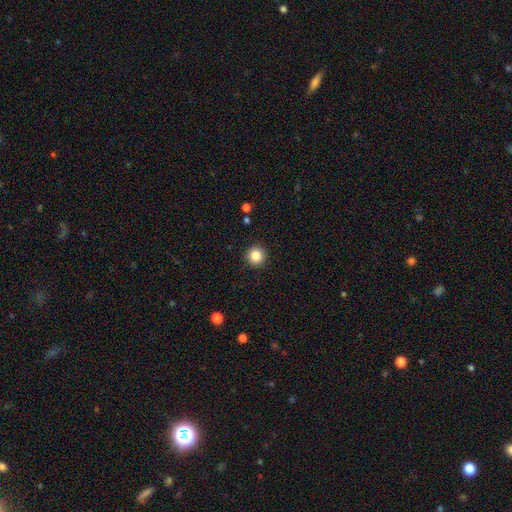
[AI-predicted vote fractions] Smooth or featured?
  - smooth: 84% *
  - star or artifact: 10%
  - featured or disk: 5%
How rounded?
  - round: 96% *
  - in between: 4%
  - cigar-shaped: 1%
Merging?
  - none: 93% *
  - minor disturbance: 5%
  - major disturbance: 2%
  - merger: 1%